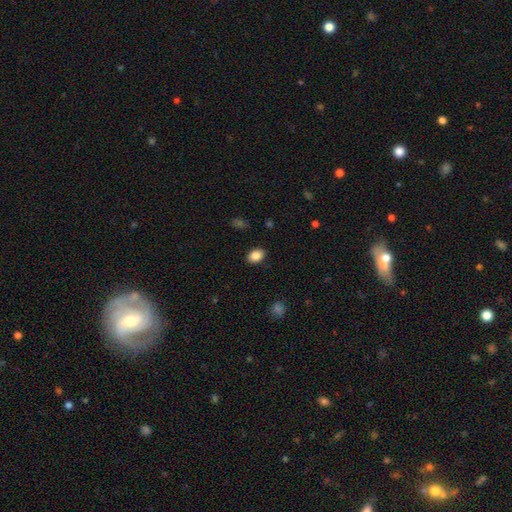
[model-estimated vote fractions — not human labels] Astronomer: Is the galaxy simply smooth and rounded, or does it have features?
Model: smooth — 87%.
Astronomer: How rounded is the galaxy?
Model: in between — 77%.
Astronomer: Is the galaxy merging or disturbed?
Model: none — 88%.